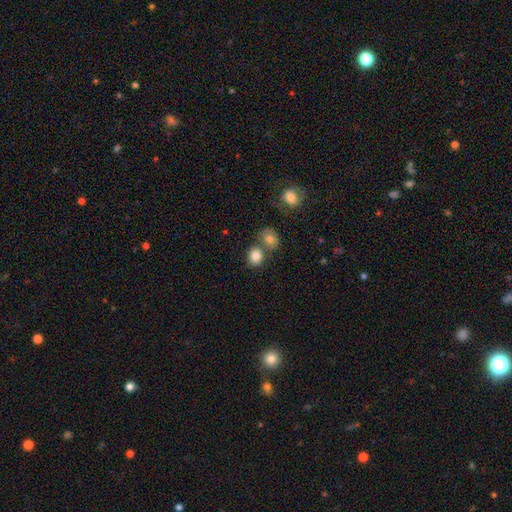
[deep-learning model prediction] smooth 83%, star or artifact 10%, featured or disk 7%. Down the decision tree: how rounded — round (66%); merging — none (55%).